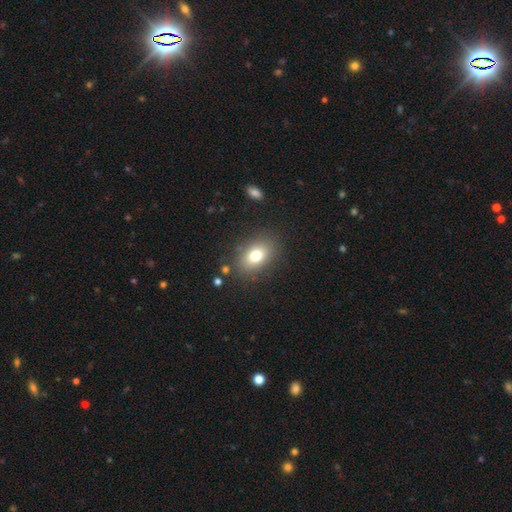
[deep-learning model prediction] A smooth galaxy with no disk features (77%) that is in between round and cigar-shaped (79%). Merging: none (84%).